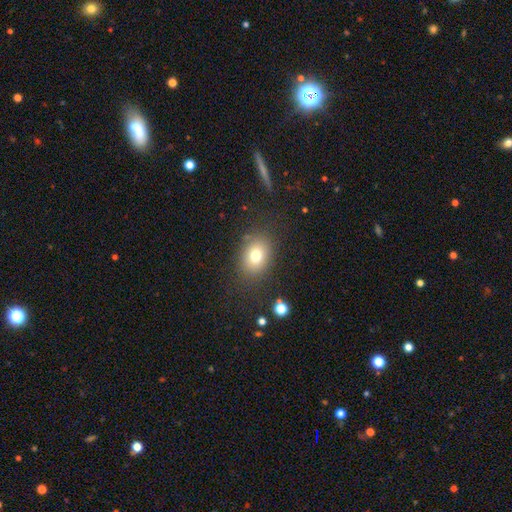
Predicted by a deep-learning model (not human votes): smooth 75%, star or artifact 13%, featured or disk 12%. Down the decision tree: how rounded — in between (60%); merging — none (82%).